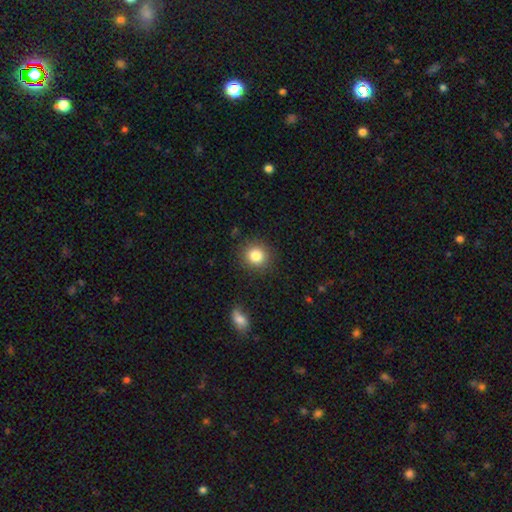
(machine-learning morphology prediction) smooth_or_featured: smooth (p=0.83) [alt: star or artifact p=0.11]
how_rounded: round (p=0.90) [alt: in between p=0.09]
merging: none (p=0.88) [alt: minor disturbance p=0.07]